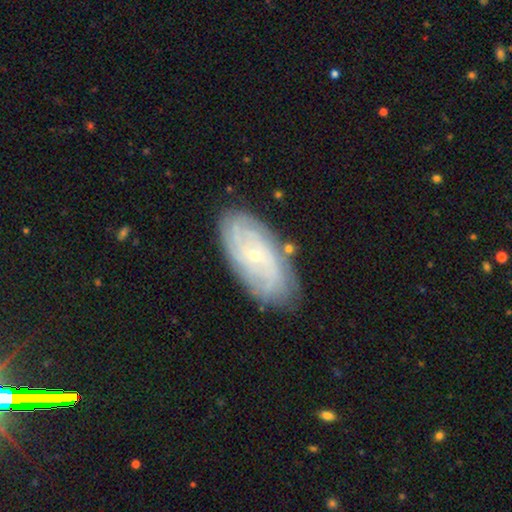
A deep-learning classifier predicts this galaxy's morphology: This is likely a featured or disk galaxy (79%). It is clearly not viewed edge-on (94%). Bar: likely no (74%). Spiral arm pattern: clearly yes (94%). Spiral arm count: marginally can't tell (42%). Spiral winding: likely tight (76%). Central bulge: clearly small (80%). Merging: clearly none (81%).